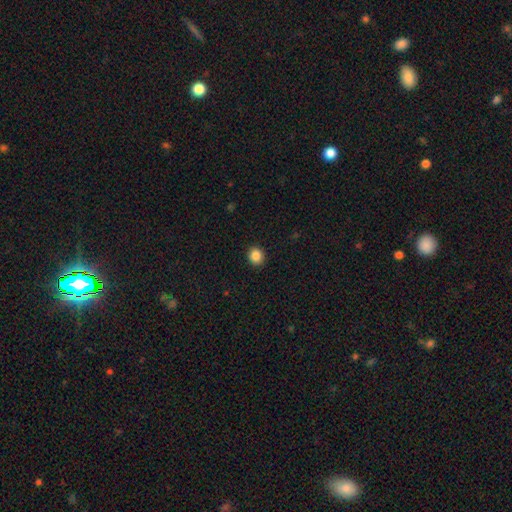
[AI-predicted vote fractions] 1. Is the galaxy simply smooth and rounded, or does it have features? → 86% smooth, 10% star or artifact, 4% featured or disk.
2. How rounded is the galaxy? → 82% round, 17% in between, 1% cigar-shaped.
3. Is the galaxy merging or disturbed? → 92% none, 5% minor disturbance, 2% major disturbance, 1% merger.